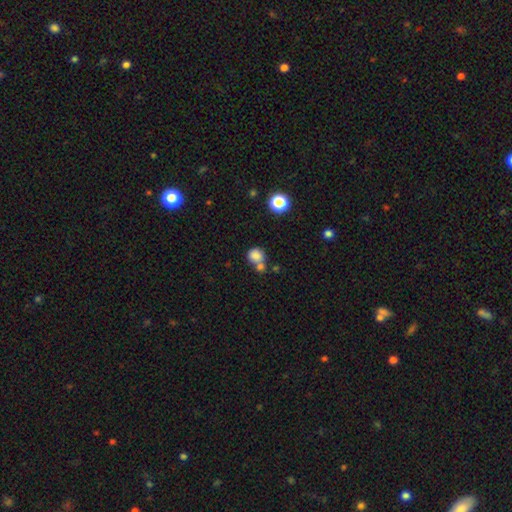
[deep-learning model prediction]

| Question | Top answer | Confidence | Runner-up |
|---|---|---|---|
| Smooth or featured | smooth | 80% | star or artifact (12%) |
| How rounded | round | 78% | in between (21%) |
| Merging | none | 44% | merger (41%) |